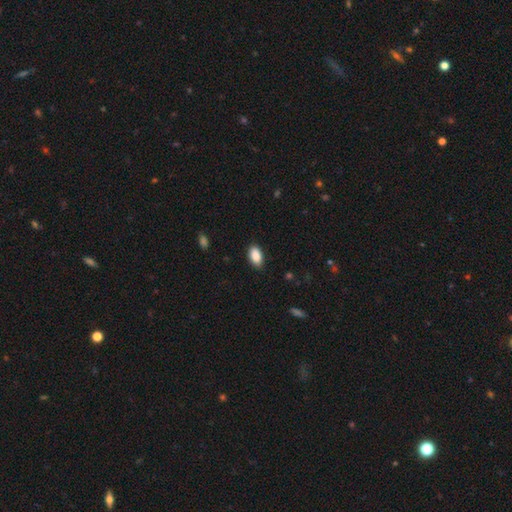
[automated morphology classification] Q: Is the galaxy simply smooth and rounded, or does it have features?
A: smooth — 89%.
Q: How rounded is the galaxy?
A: in between — 94%.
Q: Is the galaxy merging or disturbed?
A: none — 87%.